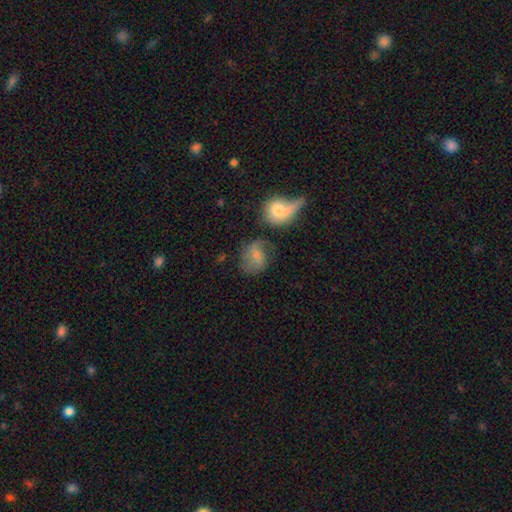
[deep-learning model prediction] Smooth or featured?
  - smooth: 47% *
  - featured or disk: 42%
  - star or artifact: 11%
Merging?
  - none: 46% *
  - minor disturbance: 22%
  - major disturbance: 16%
  - merger: 16%